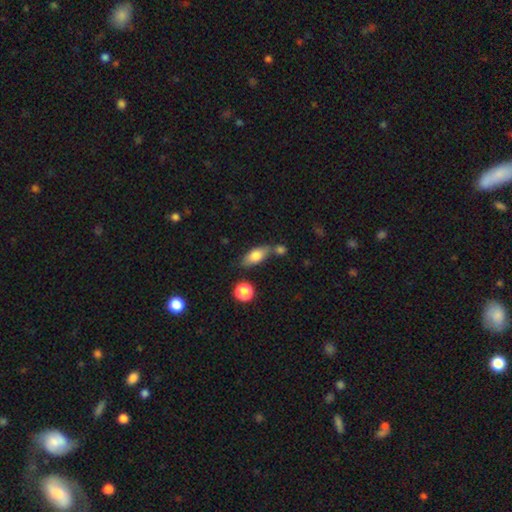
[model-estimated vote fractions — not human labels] smooth_or_featured: smooth (p=0.76) [alt: featured or disk p=0.16]
how_rounded: in between (p=0.80) [alt: cigar-shaped p=0.15]
merging: none (p=0.58) [alt: merger p=0.20]